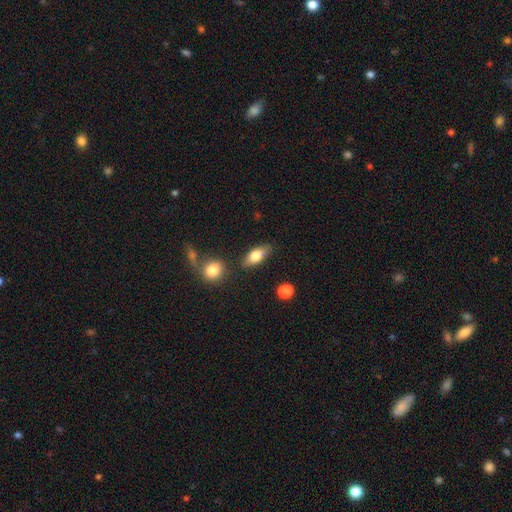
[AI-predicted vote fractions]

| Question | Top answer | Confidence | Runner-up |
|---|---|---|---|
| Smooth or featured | smooth | 77% | featured or disk (16%) |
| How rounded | in between | 82% | cigar-shaped (13%) |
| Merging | none | 78% | minor disturbance (13%) |